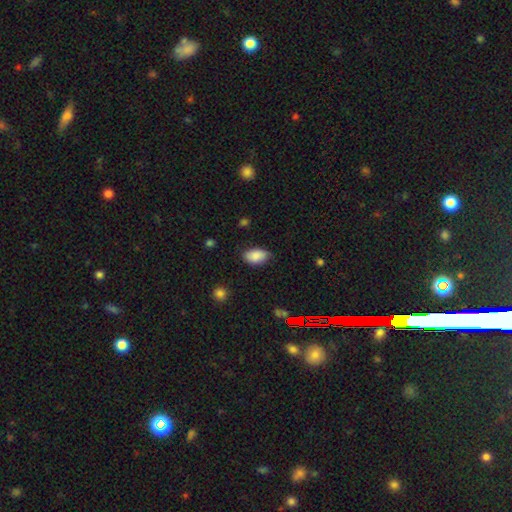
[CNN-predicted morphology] Smooth or featured: smooth — 84% (star or artifact — 8%)
How rounded: in between — 91% (round — 7%)
Merging: none — 74% (minor disturbance — 21%)